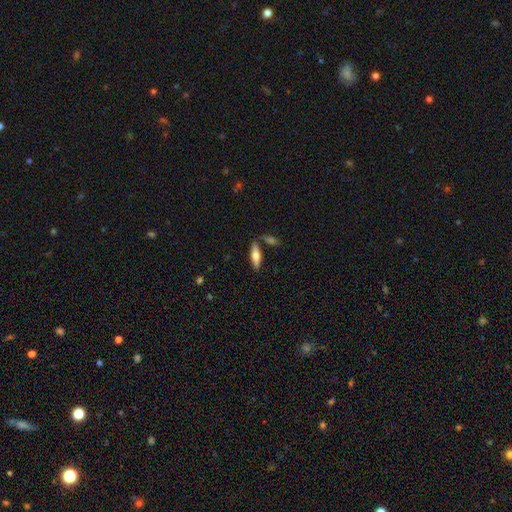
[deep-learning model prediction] Q: Smooth or featured?
A: smooth (66%); runner-up: featured or disk (28%)
Q: How rounded?
A: cigar-shaped (53%); runner-up: in between (45%)
Q: Merging?
A: none (76%); runner-up: minor disturbance (12%)